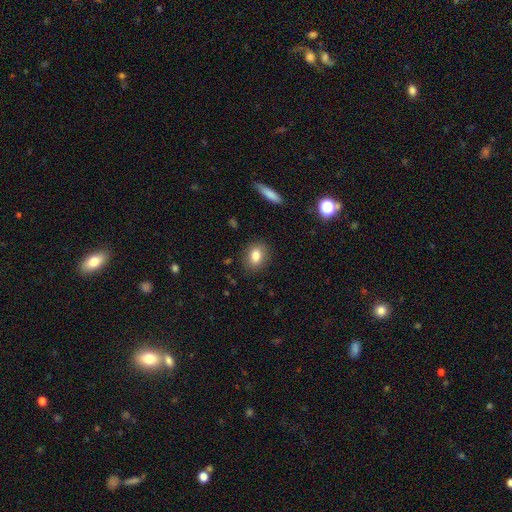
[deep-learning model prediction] A smooth galaxy with no disk features (83%) that is in between round and cigar-shaped (66%). Merging: none (86%).